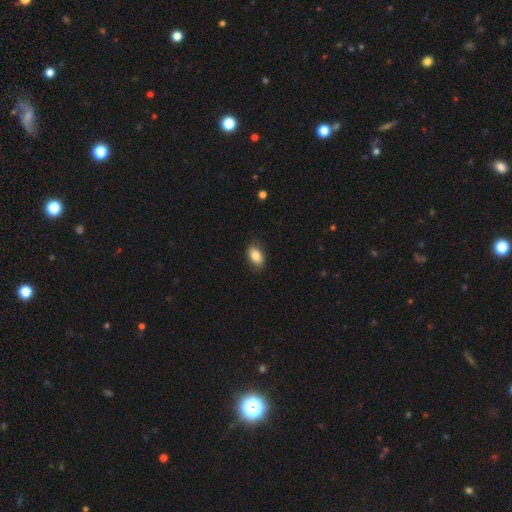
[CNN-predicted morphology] Overall: smooth (84%). How rounded: in between (90%). Merging: none (83%).